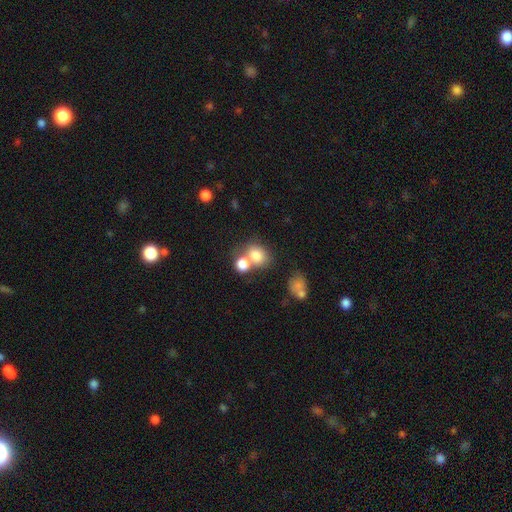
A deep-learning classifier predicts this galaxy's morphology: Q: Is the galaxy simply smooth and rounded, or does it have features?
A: smooth — 77%.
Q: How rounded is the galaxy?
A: round — 55%.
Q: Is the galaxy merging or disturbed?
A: merger — 47%.